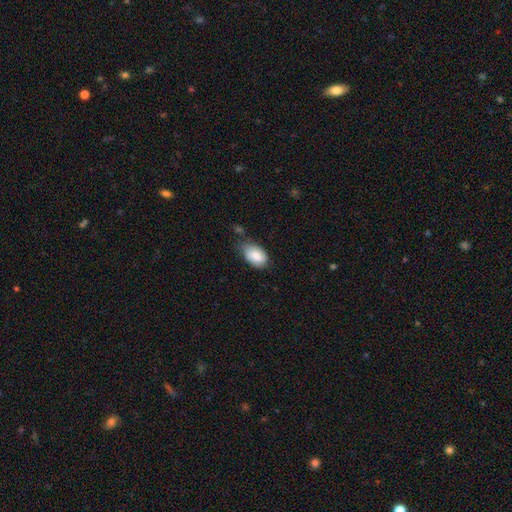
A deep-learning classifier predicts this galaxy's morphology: smooth_or_featured: smooth (p=0.81) [alt: featured or disk p=0.12]
how_rounded: in between (p=0.91) [alt: round p=0.08]
merging: none (p=0.51) [alt: minor disturbance p=0.37]